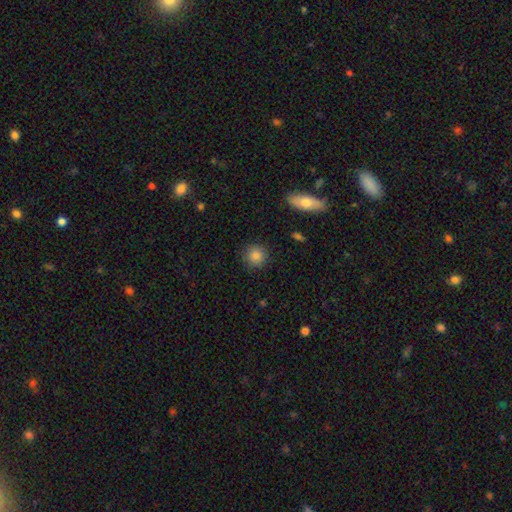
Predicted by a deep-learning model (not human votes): Overall: smooth (86%). How rounded: round (92%). Merging: none (89%).